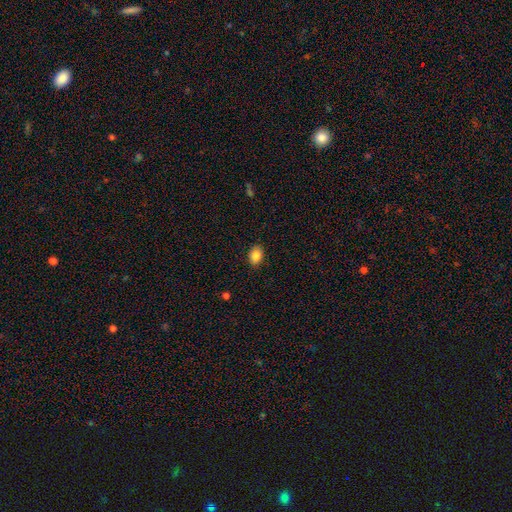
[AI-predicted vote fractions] Smooth or featured?
  - smooth: 87% *
  - star or artifact: 8%
  - featured or disk: 5%
How rounded?
  - in between: 77% *
  - round: 22%
  - cigar-shaped: 1%
Merging?
  - none: 88% *
  - minor disturbance: 9%
  - major disturbance: 2%
  - merger: 1%